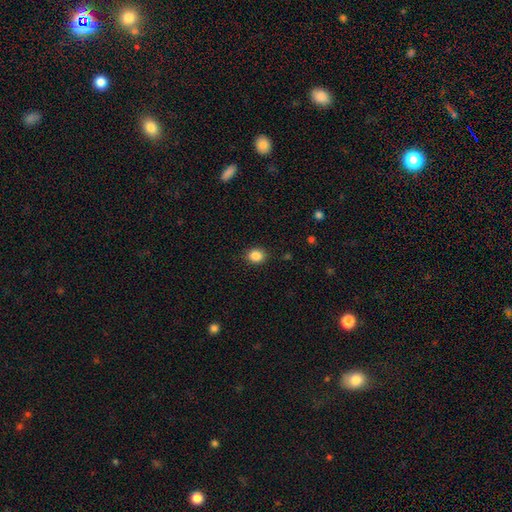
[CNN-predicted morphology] Smooth or featured: smooth — 86% (star or artifact — 10%)
How rounded: round — 59% (in between — 41%)
Merging: none — 88% (minor disturbance — 8%)